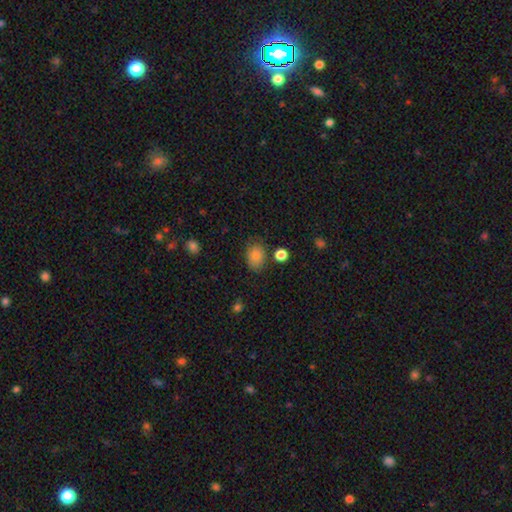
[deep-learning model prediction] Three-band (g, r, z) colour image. It shows a smooth galaxy with no disk features (84%) that is in between round and cigar-shaped (74%). Merging: none (76%).